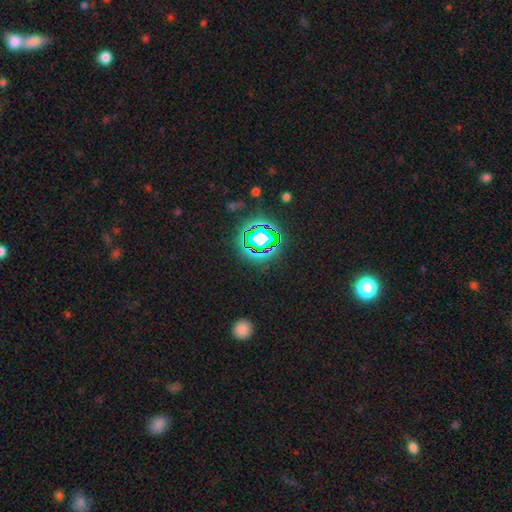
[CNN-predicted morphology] Overall: star or artifact (79%).